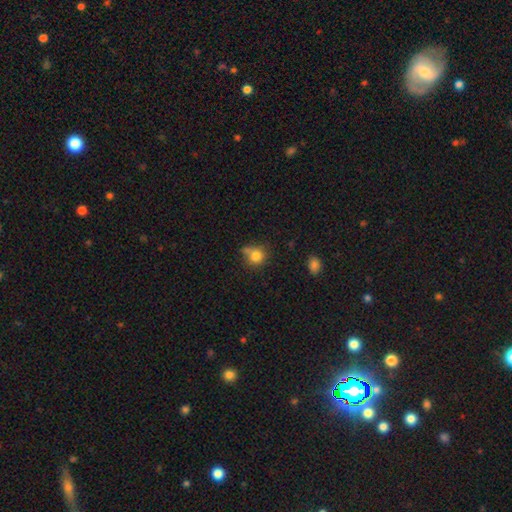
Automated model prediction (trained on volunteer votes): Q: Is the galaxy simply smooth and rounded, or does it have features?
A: smooth — 81%.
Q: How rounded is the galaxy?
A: round — 84%.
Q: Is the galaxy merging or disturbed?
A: none — 55%.